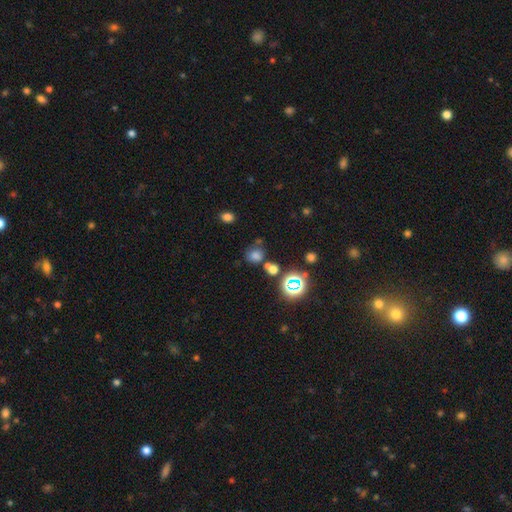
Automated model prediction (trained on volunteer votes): Smooth or featured? Predicted: smooth (p=0.67). How rounded? Predicted: round (p=0.69). Merging? Predicted: none (p=0.57).